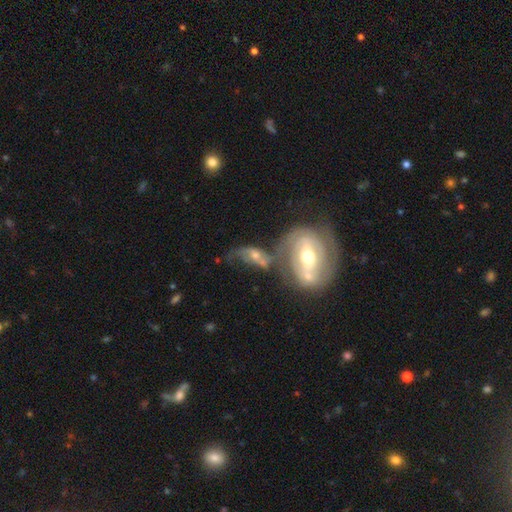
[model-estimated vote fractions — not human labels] A featured or disk galaxy (69%) with no bar (46%), spiral arms (75%) and a moderate central bulge (65%). Merging: merger (43%).